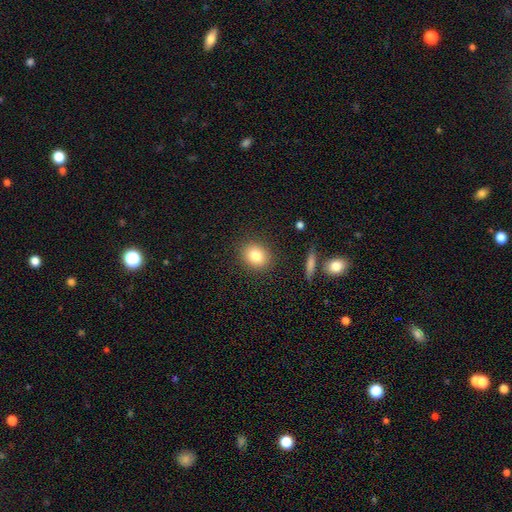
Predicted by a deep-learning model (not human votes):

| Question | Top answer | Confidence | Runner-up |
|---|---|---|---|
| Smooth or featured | smooth | 82% | star or artifact (9%) |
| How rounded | round | 63% | in between (36%) |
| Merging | none | 88% | minor disturbance (8%) |